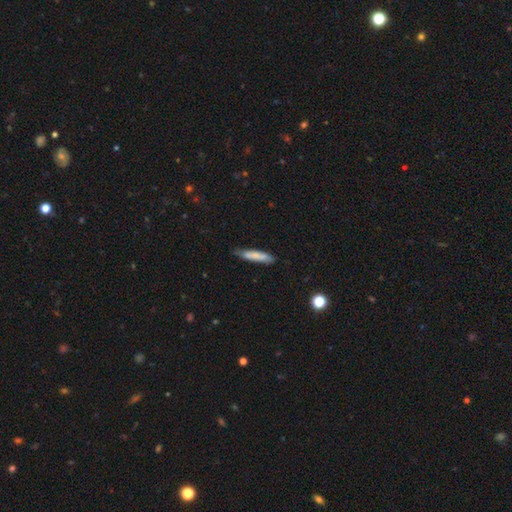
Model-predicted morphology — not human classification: smooth_or_featured: smooth (p=0.76) [alt: featured or disk p=0.18]
how_rounded: cigar-shaped (p=0.86) [alt: in between p=0.12]
merging: none (p=0.71) [alt: minor disturbance p=0.23]